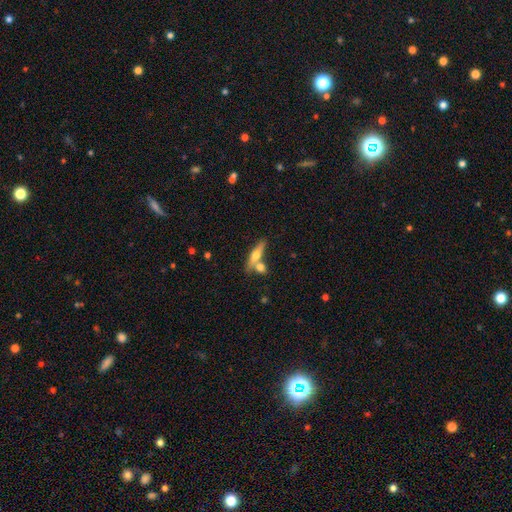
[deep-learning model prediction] Smooth or featured? Predicted: smooth (p=0.48). Merging? Predicted: none (p=0.55).